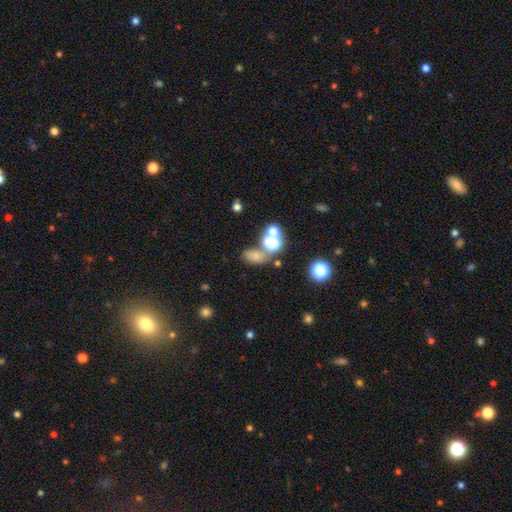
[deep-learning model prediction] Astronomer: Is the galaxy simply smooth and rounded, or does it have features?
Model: smooth — 61%.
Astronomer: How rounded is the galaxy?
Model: in between — 72%.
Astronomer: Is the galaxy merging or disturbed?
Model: none — 51%.